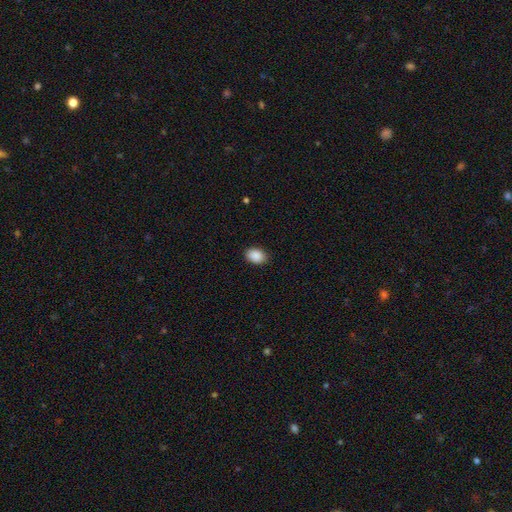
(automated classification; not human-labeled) Overall: smooth (90%). How rounded: in between (78%). Merging: none (88%).